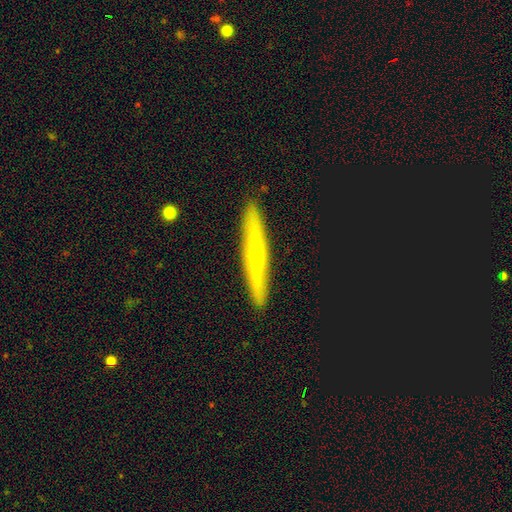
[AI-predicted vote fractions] The model was most divided on "smooth or featured": featured or disk: 66%, smooth: 27%, star or artifact: 7%. More confident: merging — none (91%); edge-on disk — yes (89%); edge-on bulge — rounded (81%).